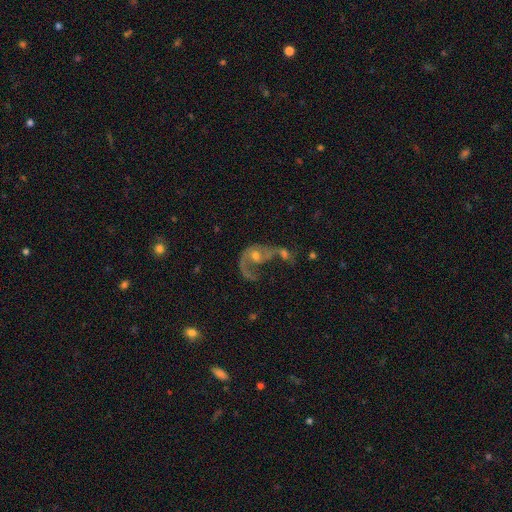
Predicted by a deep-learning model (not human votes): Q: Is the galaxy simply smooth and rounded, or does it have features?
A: featured or disk — 75%.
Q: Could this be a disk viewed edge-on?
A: no — 97%.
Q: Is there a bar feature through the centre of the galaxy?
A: no — 72%.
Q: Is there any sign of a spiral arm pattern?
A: yes — 78%.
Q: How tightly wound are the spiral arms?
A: loose — 58%.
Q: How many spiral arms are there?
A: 1 — 64%.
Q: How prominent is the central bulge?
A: moderate — 58%.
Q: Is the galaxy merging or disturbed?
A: merger — 44%.